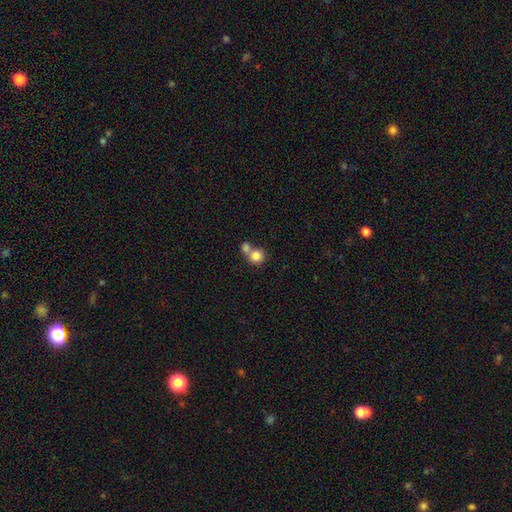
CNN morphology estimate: This is clearly a smooth galaxy (82%). How rounded: clearly round (88%). Merging: possibly merger (51%).